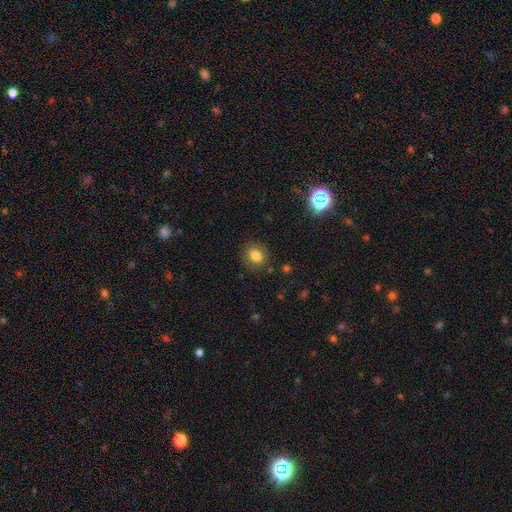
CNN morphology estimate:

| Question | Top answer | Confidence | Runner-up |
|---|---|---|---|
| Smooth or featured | smooth | 80% | star or artifact (11%) |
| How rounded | round | 58% | in between (41%) |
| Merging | none | 84% | minor disturbance (11%) |